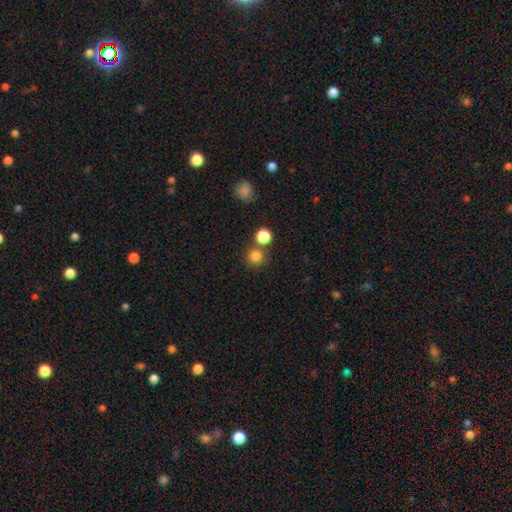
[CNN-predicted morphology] Overall: smooth (81%). How rounded: round (91%). Merging: none (68%).